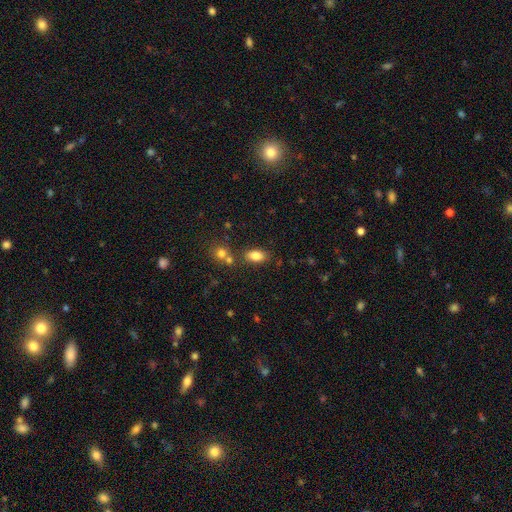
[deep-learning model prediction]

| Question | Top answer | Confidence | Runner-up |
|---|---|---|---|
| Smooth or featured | smooth | 83% | star or artifact (10%) |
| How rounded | in between | 90% | round (6%) |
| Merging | none | 76% | minor disturbance (11%) |